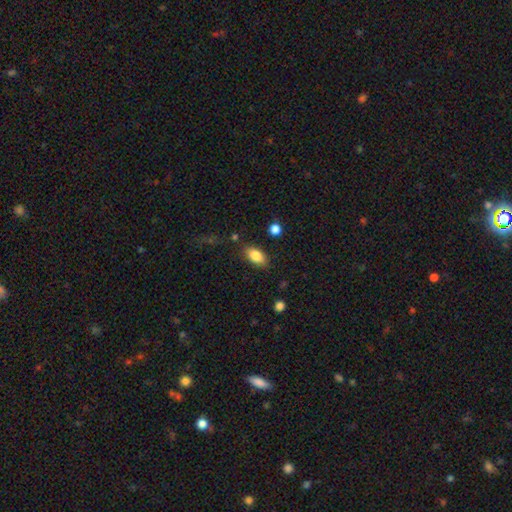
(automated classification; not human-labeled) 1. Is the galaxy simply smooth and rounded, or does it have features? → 84% smooth, 8% featured or disk, 8% star or artifact.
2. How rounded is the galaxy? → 90% in between, 6% round, 5% cigar-shaped.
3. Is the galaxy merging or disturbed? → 82% none, 12% minor disturbance, 3% major disturbance, 3% merger.